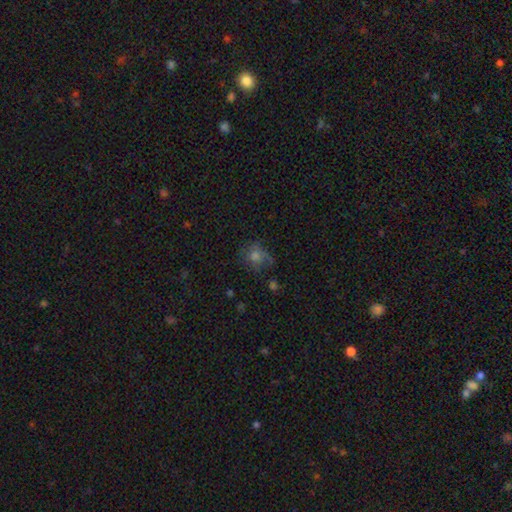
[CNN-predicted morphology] Smooth or featured? smooth (53%)
How rounded? round (75%)
Merging? none (57%)